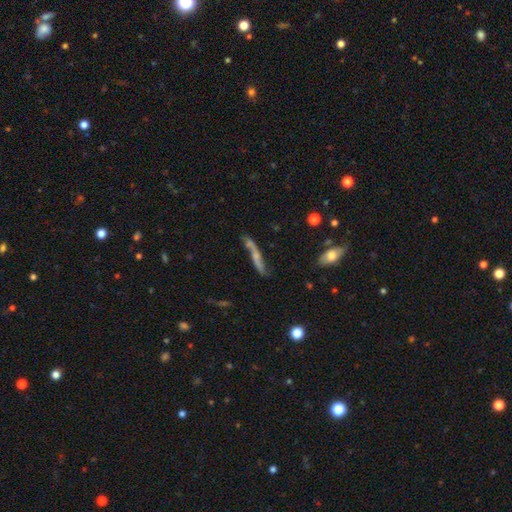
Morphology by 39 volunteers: type=featured or disk (67%); edge-on=yes (62%); edge-on bulge=rounded (62%); merging=none (32%).